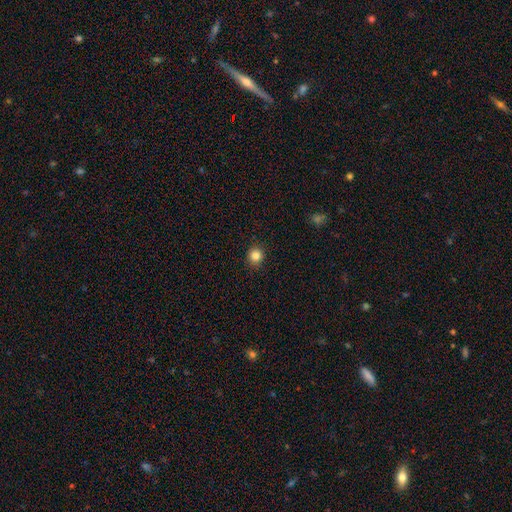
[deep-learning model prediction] smooth 84%, star or artifact 11%, featured or disk 5%. Down the decision tree: how rounded — round (91%); merging — none (91%).